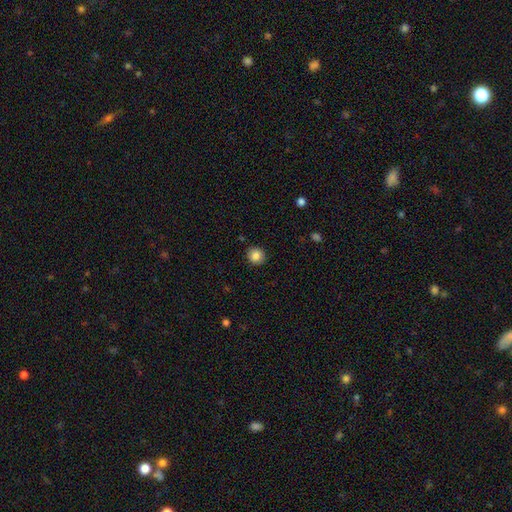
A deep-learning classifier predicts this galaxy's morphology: Overall: smooth (85%). How rounded: round (91%). Merging: none (91%).